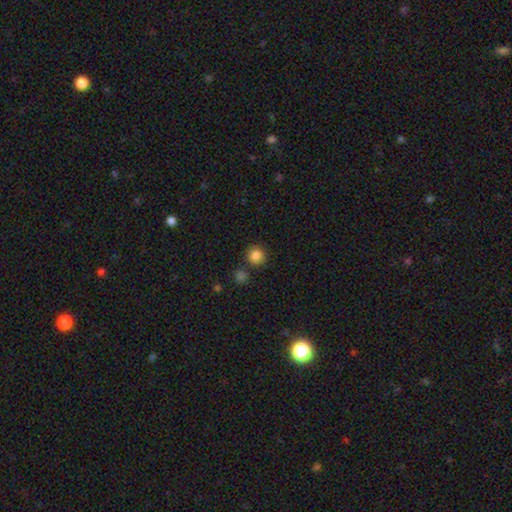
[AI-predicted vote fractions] Smooth or featured?
  - smooth: 85% *
  - star or artifact: 11%
  - featured or disk: 4%
How rounded?
  - round: 93% *
  - in between: 6%
  - cigar-shaped: 1%
Merging?
  - none: 81% *
  - merger: 8%
  - minor disturbance: 8%
  - major disturbance: 3%